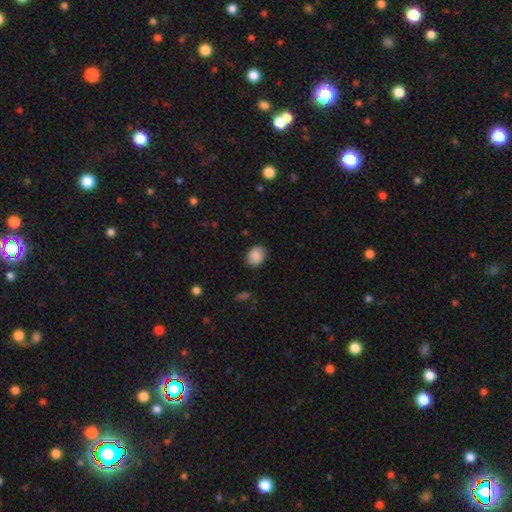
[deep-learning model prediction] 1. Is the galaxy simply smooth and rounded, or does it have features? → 87% smooth, 7% star or artifact, 6% featured or disk.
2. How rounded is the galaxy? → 53% in between, 46% round, 1% cigar-shaped.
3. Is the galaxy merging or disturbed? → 83% none, 13% minor disturbance, 3% major disturbance, 1% merger.